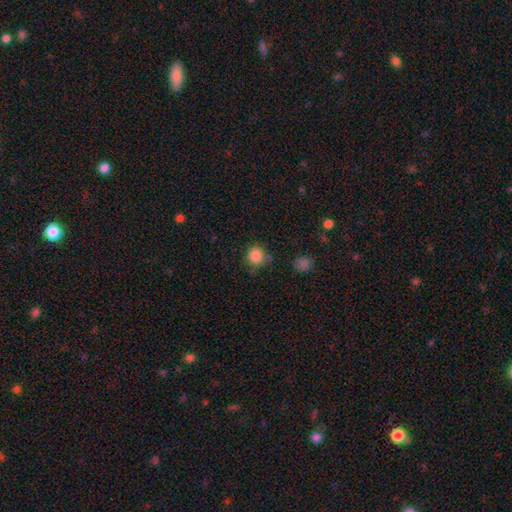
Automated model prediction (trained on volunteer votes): smooth 86%, star or artifact 10%, featured or disk 4%. Down the decision tree: how rounded — round (86%); merging — none (71%).